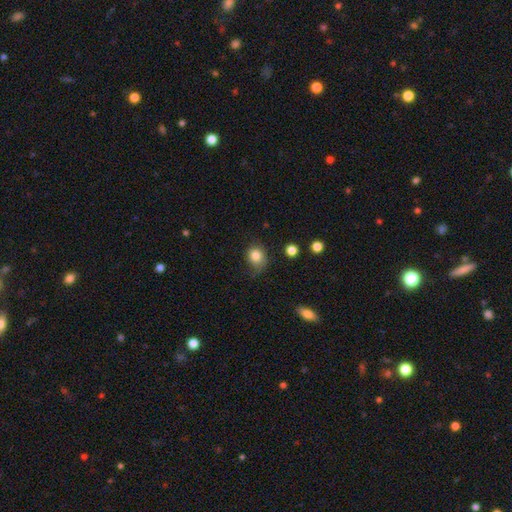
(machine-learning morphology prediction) Smooth or featured: smooth — 83% (star or artifact — 10%)
How rounded: round — 69% (in between — 30%)
Merging: none — 58% (minor disturbance — 29%)